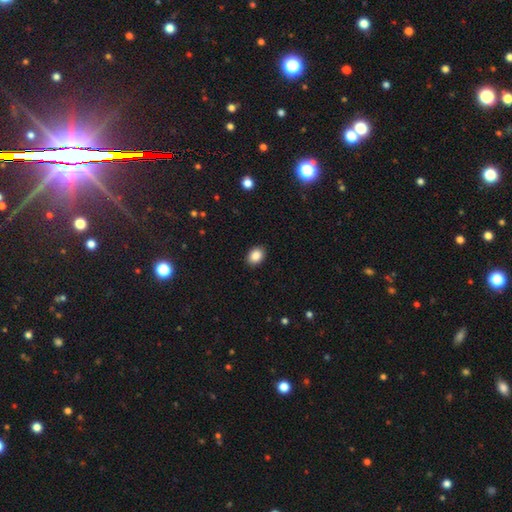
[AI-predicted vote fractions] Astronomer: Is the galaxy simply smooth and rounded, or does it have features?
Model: smooth — 88%.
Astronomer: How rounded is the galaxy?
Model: in between — 70%.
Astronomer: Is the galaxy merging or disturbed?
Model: none — 90%.